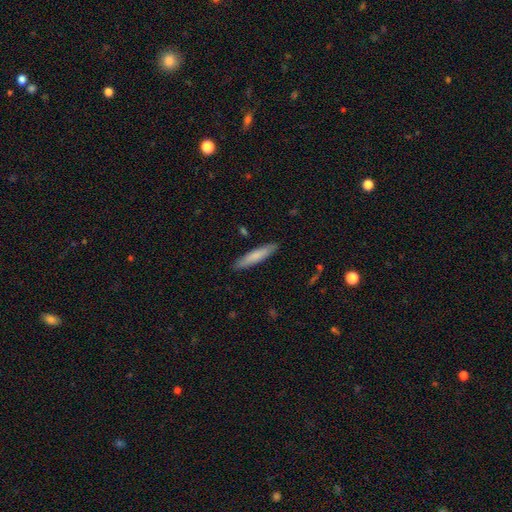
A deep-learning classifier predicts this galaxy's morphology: type=smooth (76%); roundness=cigar-shaped (88%); merging=none (89%).